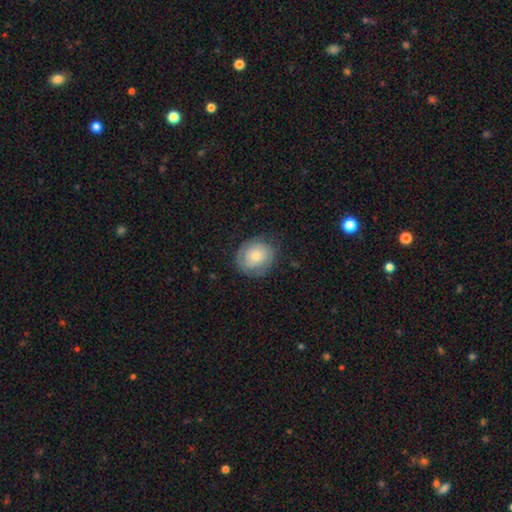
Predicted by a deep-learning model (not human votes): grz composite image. It shows a smooth galaxy with no disk features (60%) that is round (79%). Merging: none (73%).